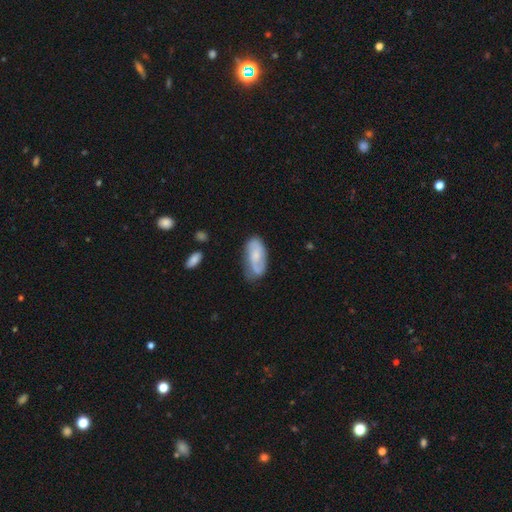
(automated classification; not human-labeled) Smooth or featured? featured or disk (48%)
Merging? none (54%)